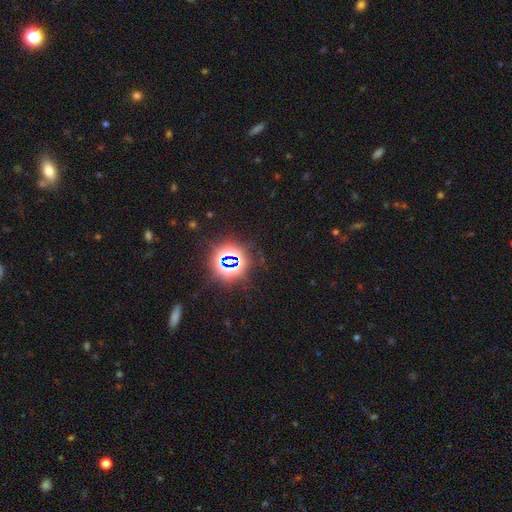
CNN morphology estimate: smooth_or_featured: star or artifact (p=0.81) [alt: smooth p=0.12]